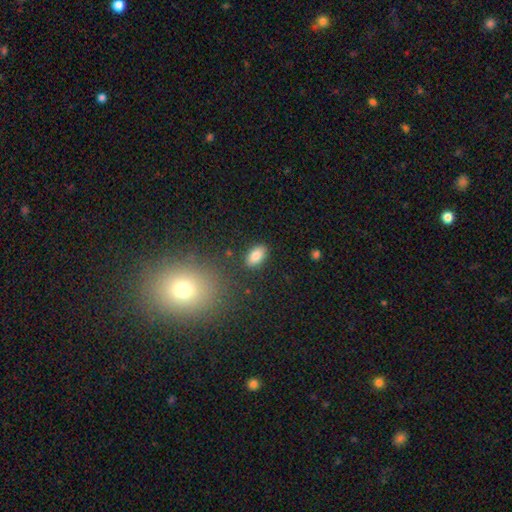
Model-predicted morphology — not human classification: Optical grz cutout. It shows a smooth galaxy with no disk features (84%) that is in between round and cigar-shaped (91%). Merging: none (86%).